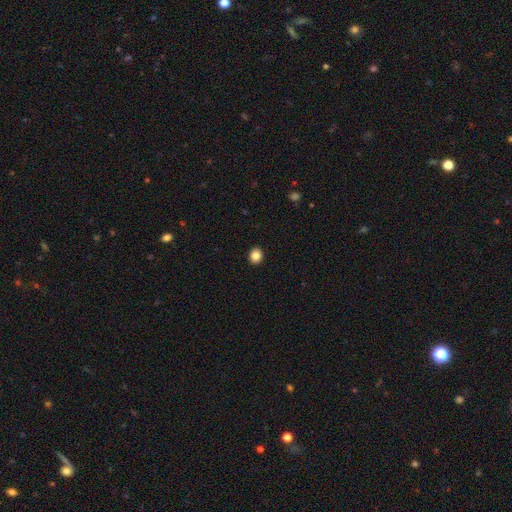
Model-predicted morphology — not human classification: Overall: smooth (86%). How rounded: round (72%). Merging: none (93%).